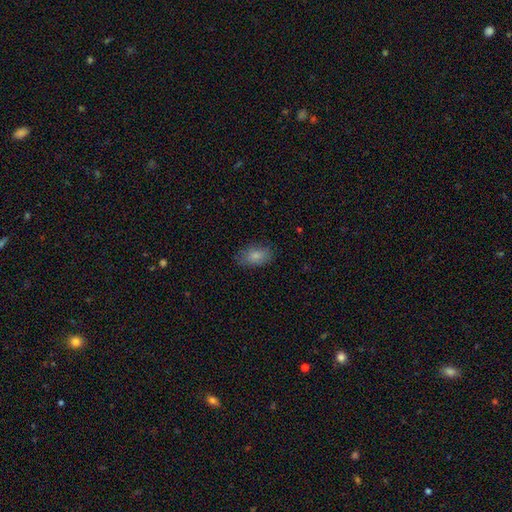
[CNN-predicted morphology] Smooth or featured: smooth — 84% (featured or disk — 8%)
How rounded: in between — 91% (round — 7%)
Merging: none — 79% (minor disturbance — 16%)